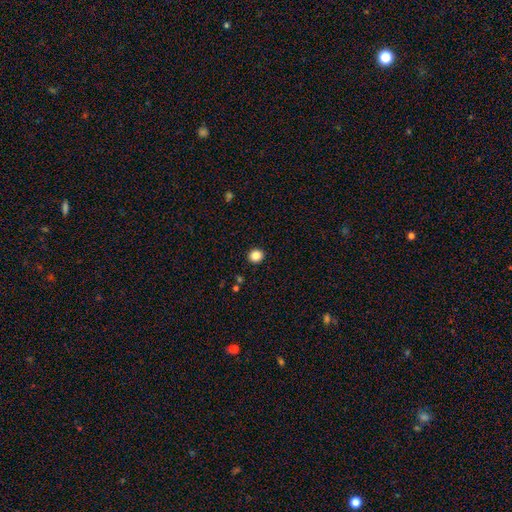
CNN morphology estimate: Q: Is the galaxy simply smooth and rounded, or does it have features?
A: smooth — 85%.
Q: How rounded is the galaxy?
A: round — 90%.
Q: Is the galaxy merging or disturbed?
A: none — 93%.